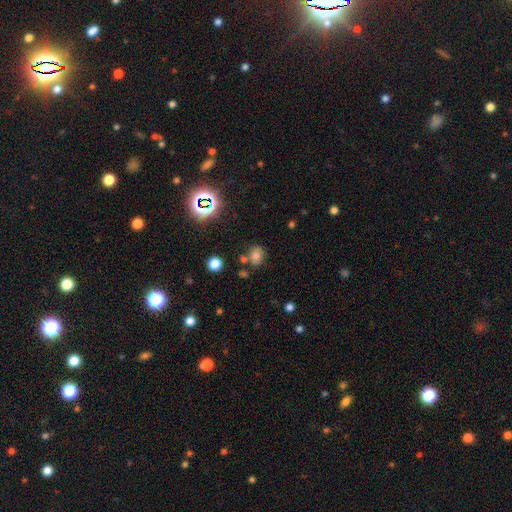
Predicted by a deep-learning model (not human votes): Smooth or featured? smooth (68%)
How rounded? round (62%)
Merging? none (69%)